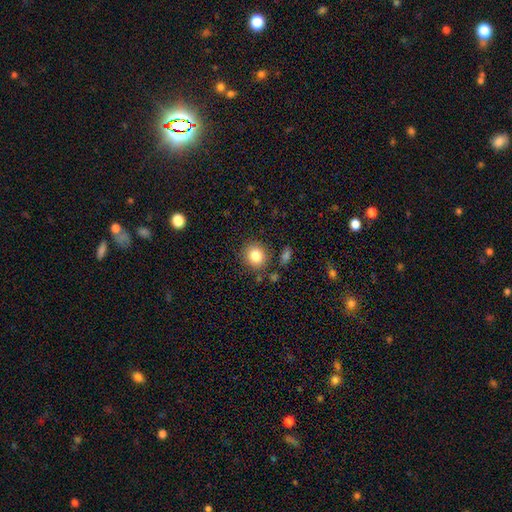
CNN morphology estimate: smooth_or_featured: smooth (p=0.83) [alt: star or artifact p=0.10]
how_rounded: round (p=0.87) [alt: in between p=0.12]
merging: none (p=0.83) [alt: minor disturbance p=0.09]